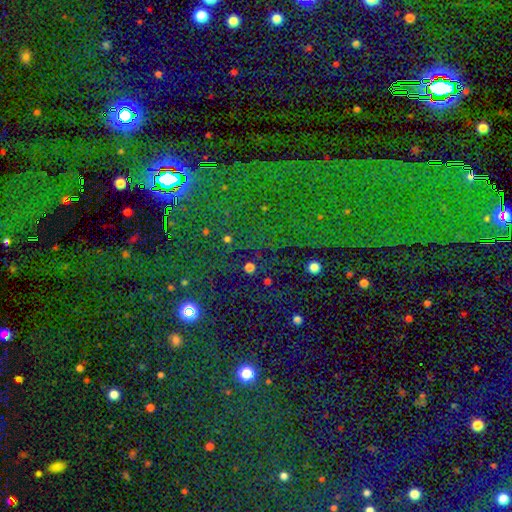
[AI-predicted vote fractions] Smooth or featured? Predicted: star or artifact (p=0.80).